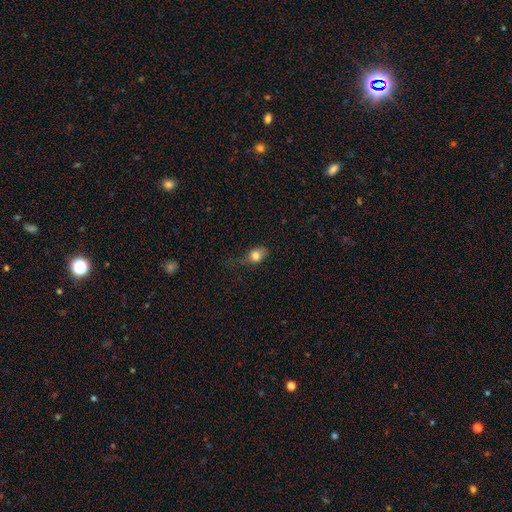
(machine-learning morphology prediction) This appears to be a smooth galaxy with no disk features (79%) that is in between round and cigar-shaped (56%). Merging: none (45%).